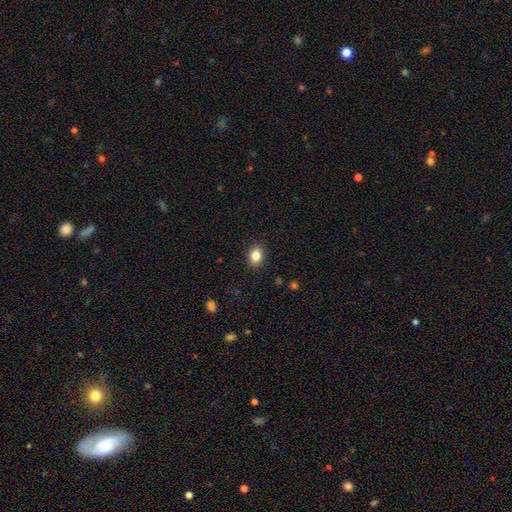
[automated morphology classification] smooth 84%, star or artifact 10%, featured or disk 6%. Down the decision tree: how rounded — in between (62%); merging — none (89%).